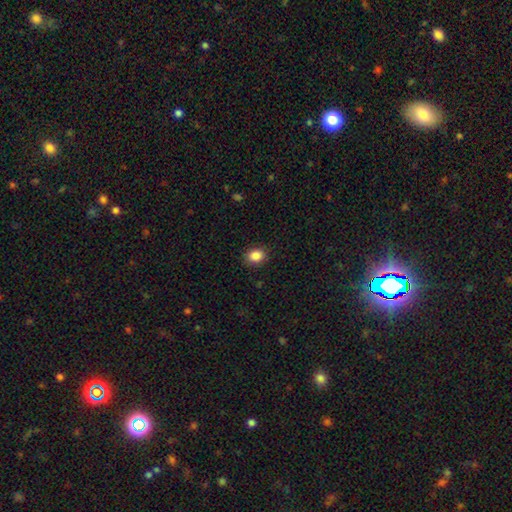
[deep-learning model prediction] Overall: smooth (88%). How rounded: in between (53%; round 46%). Merging: none (88%).